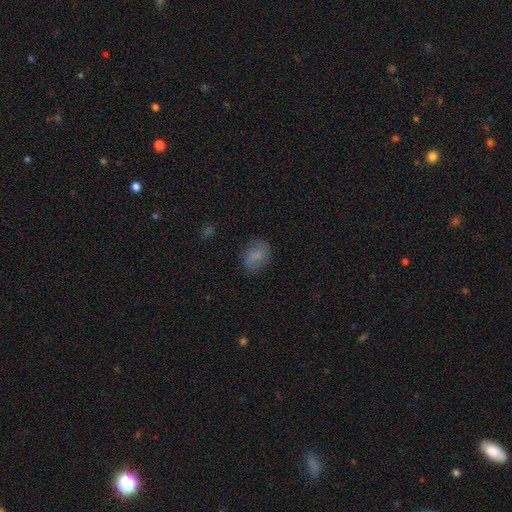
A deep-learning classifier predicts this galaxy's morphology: smooth-or-featured: smooth: 73% | featured or disk: 17% | star or artifact: 10%
  how-rounded: in between: 69% | round: 29% | cigar-shaped: 2%
  merging: none: 75% | minor disturbance: 18% | major disturbance: 6% | merger: 1%